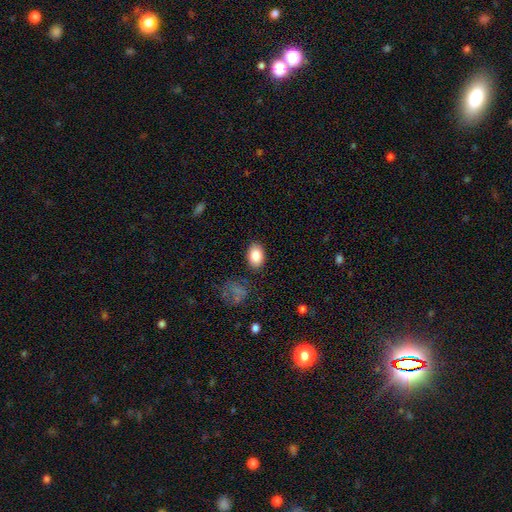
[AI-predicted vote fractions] Q: Smooth or featured?
A: smooth (85%); runner-up: star or artifact (8%)
Q: How rounded?
A: in between (84%); runner-up: round (15%)
Q: Merging?
A: none (85%); runner-up: minor disturbance (10%)